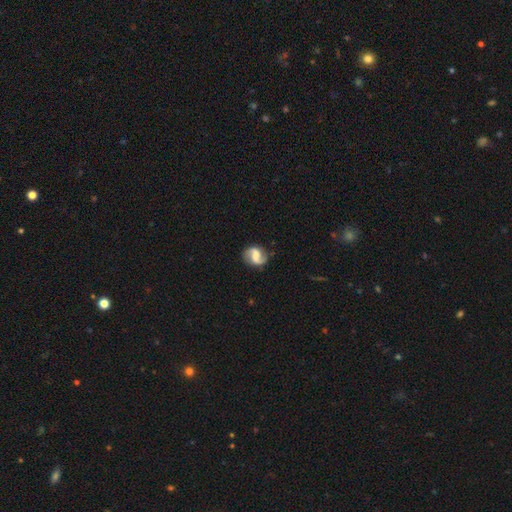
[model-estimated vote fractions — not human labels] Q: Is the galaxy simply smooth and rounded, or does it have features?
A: featured or disk — 78%.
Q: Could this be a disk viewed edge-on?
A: no — 98%.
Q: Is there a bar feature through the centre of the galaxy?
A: weak — 47%.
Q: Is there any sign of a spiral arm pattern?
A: yes — 95%.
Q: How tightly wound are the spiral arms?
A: loose — 51%.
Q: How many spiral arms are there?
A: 2 — 91%.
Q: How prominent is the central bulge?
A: none — 34%.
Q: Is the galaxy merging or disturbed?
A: none — 80%.